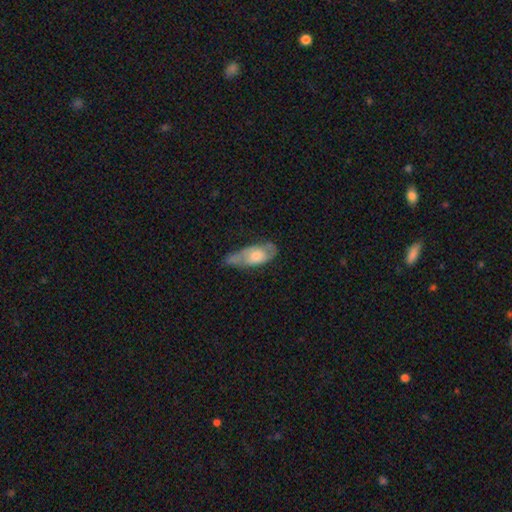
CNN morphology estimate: A smooth galaxy with no disk features (52%) that is in between round and cigar-shaped (75%).

Vote fractions:
- Smooth or featured? smooth: 52% / featured or disk: 42% / star or artifact: 6%
- How rounded? in between: 75% / cigar-shaped: 22% / round: 3%
- Merging? minor disturbance: 40% / none: 38% / major disturbance: 19% / merger: 4%